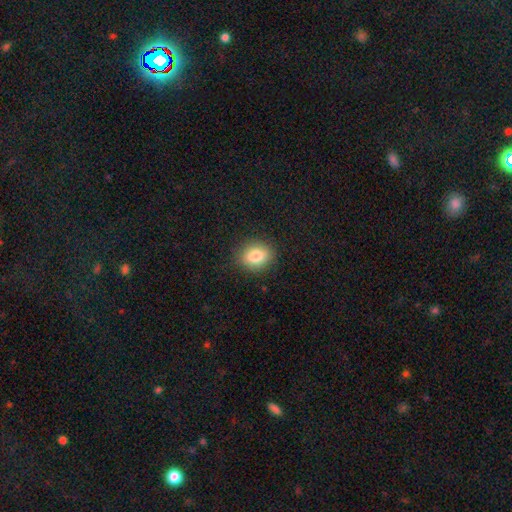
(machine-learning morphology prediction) This appears to be a smooth galaxy with no disk features (82%) that is in between round and cigar-shaped (55%). Merging: none (87%).